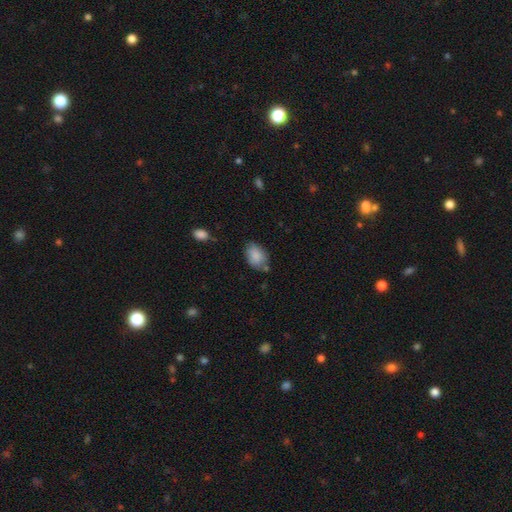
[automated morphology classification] This is clearly a smooth galaxy (86%). How rounded: clearly in between (82%). Merging: likely none (64%).